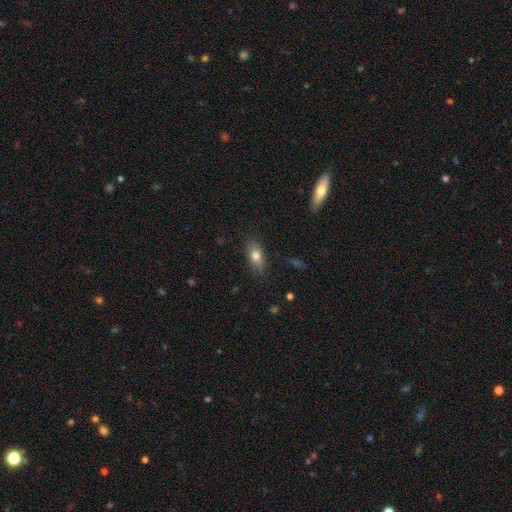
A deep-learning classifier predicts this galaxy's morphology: This appears to be a smooth galaxy with no disk features (76%) that is in between round and cigar-shaped (82%). Merging: none (84%).